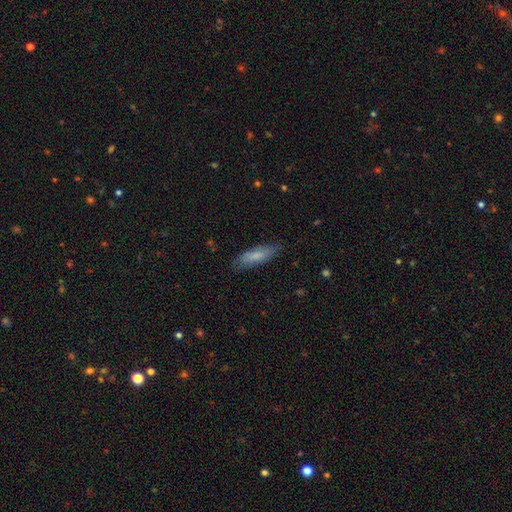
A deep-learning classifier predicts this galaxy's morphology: smooth-or-featured: smooth: 76% | featured or disk: 18% | star or artifact: 6%
  how-rounded: cigar-shaped: 59% | in between: 39% | round: 2%
  merging: none: 79% | minor disturbance: 16% | major disturbance: 3% | merger: 1%